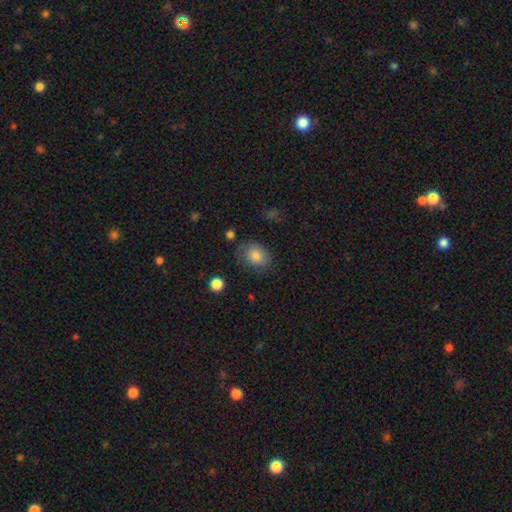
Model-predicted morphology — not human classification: Smooth or featured: smooth — 80% (featured or disk — 11%)
How rounded: in between — 54% (round — 45%)
Merging: none — 67% (minor disturbance — 22%)